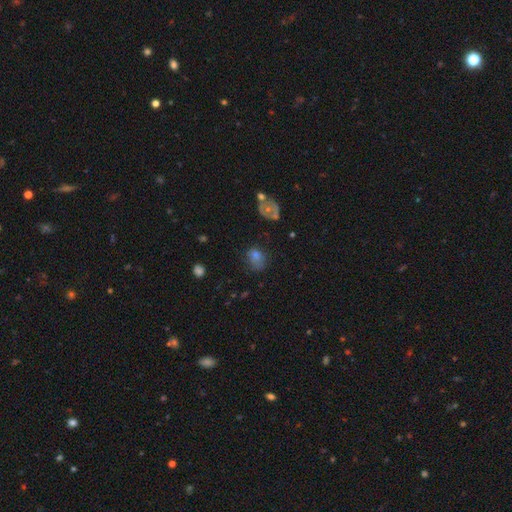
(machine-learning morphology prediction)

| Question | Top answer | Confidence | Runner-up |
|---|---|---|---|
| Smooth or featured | smooth | 61% | star or artifact (20%) |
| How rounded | round | 52% | in between (46%) |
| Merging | none | 60% | minor disturbance (24%) |